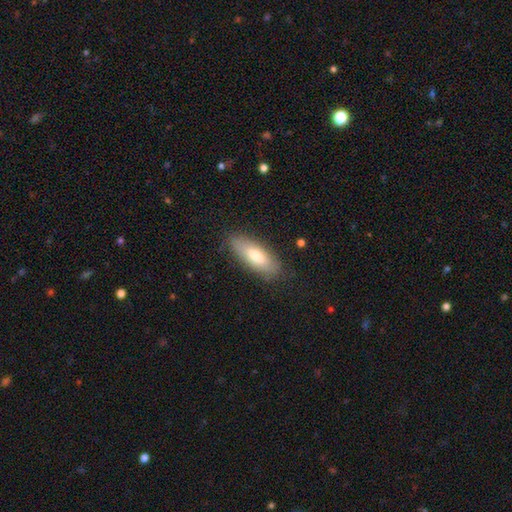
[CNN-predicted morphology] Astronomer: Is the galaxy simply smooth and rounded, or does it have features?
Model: smooth — 73%.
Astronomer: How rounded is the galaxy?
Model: in between — 69%.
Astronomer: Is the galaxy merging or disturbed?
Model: none — 84%.